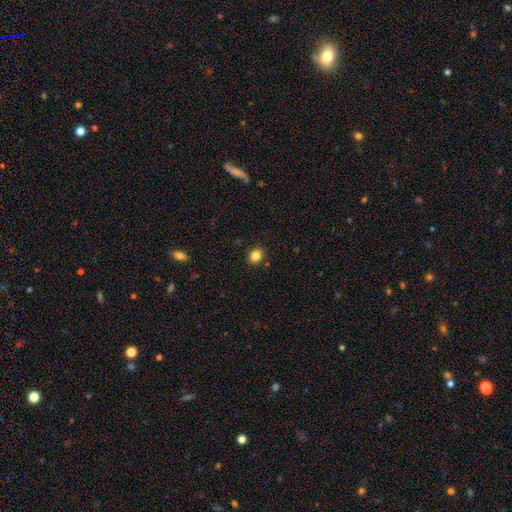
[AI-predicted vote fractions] Q: Smooth or featured?
A: smooth (84%); runner-up: star or artifact (11%)
Q: How rounded?
A: round (70%); runner-up: in between (29%)
Q: Merging?
A: none (89%); runner-up: minor disturbance (8%)